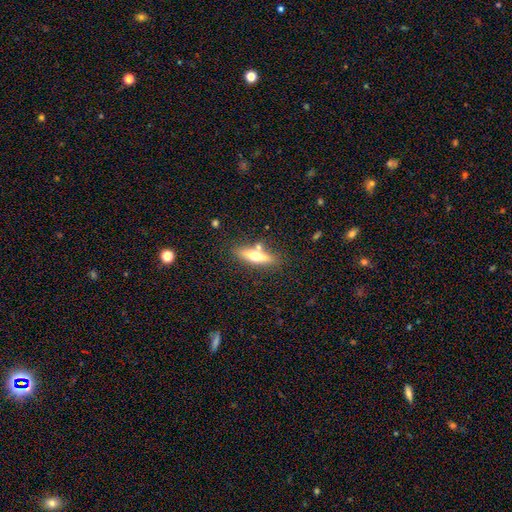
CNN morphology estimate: Overall: smooth (49%; featured or disk 44%). Merging: none (75%).